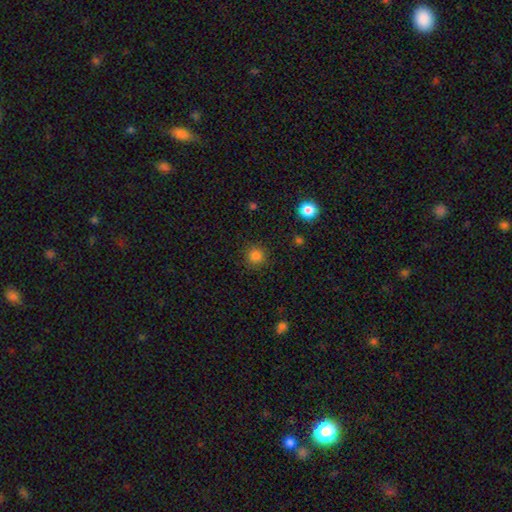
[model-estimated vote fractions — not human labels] Smooth or featured?
  - smooth: 83% *
  - star or artifact: 13%
  - featured or disk: 4%
How rounded?
  - round: 94% *
  - in between: 5%
  - cigar-shaped: 1%
Merging?
  - none: 90% *
  - minor disturbance: 7%
  - major disturbance: 2%
  - merger: 1%